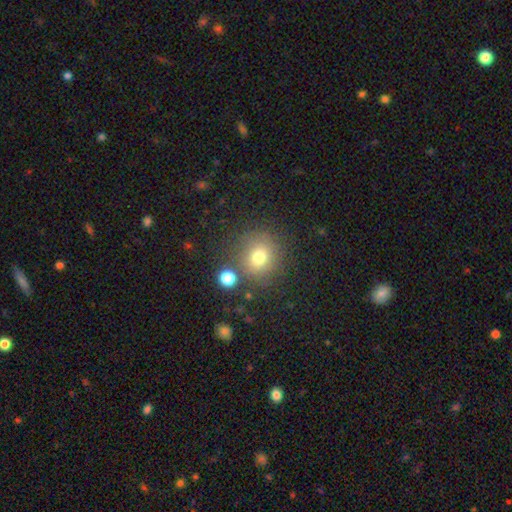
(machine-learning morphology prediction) The model was most divided on "smooth or featured": smooth: 68%, star or artifact: 23%, featured or disk: 9%. More confident: how rounded — round (88%); merging — none (83%).